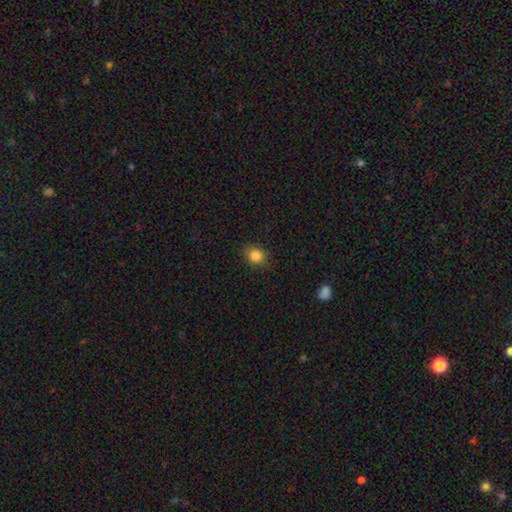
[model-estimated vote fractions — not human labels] Smooth or featured?
  - smooth: 84% *
  - star or artifact: 11%
  - featured or disk: 5%
How rounded?
  - round: 66% *
  - in between: 33%
  - cigar-shaped: 1%
Merging?
  - none: 86% *
  - minor disturbance: 11%
  - major disturbance: 2%
  - merger: 1%